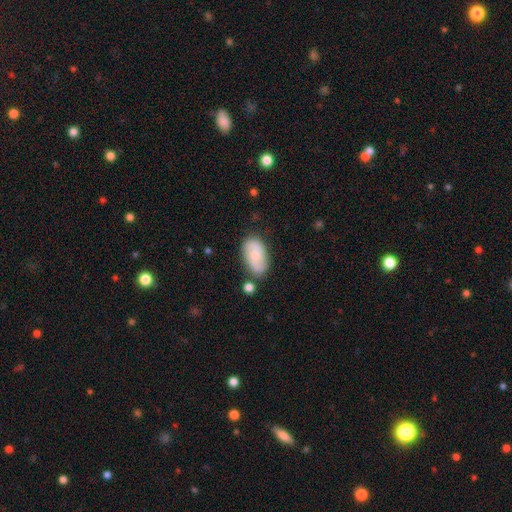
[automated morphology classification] This appears to be a smooth galaxy with no disk features (54%) that is in between round and cigar-shaped (93%). Merging: none (70%).